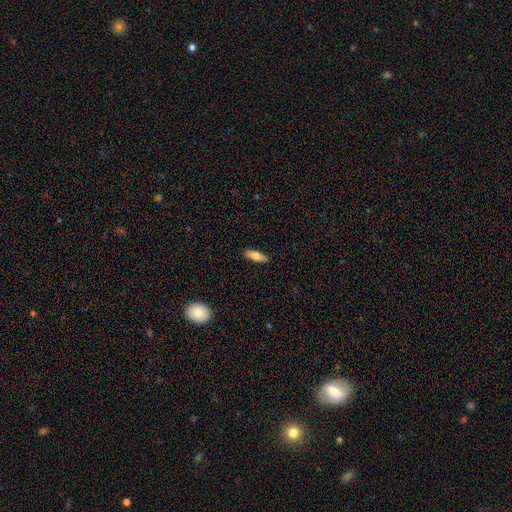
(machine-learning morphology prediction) Overall: smooth (72%). How rounded: in between (64%; cigar-shaped 33%). Merging: none (89%).